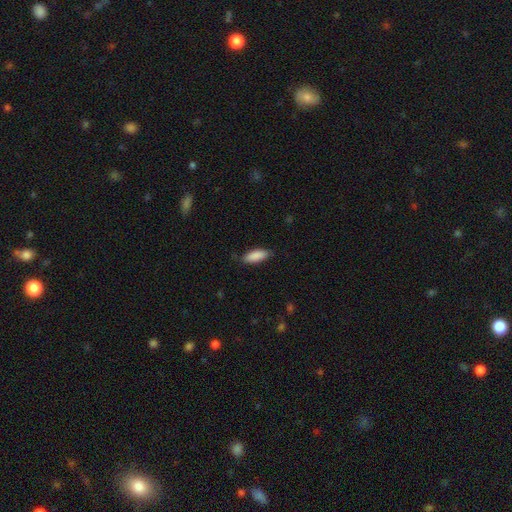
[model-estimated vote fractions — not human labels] Smooth or featured?
  - smooth: 89% *
  - star or artifact: 6%
  - featured or disk: 5%
How rounded?
  - in between: 74% *
  - cigar-shaped: 24%
  - round: 2%
Merging?
  - none: 82% *
  - minor disturbance: 15%
  - major disturbance: 3%
  - merger: 1%